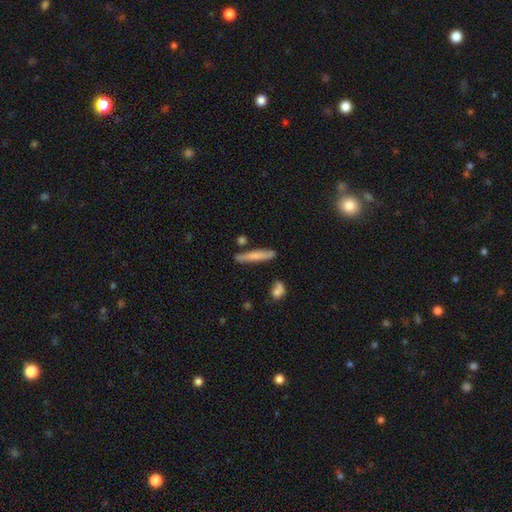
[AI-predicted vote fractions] The model was most divided on "smooth or featured": smooth: 67%, featured or disk: 27%, star or artifact: 6%. More confident: how rounded — cigar-shaped (91%); merging — none (79%).